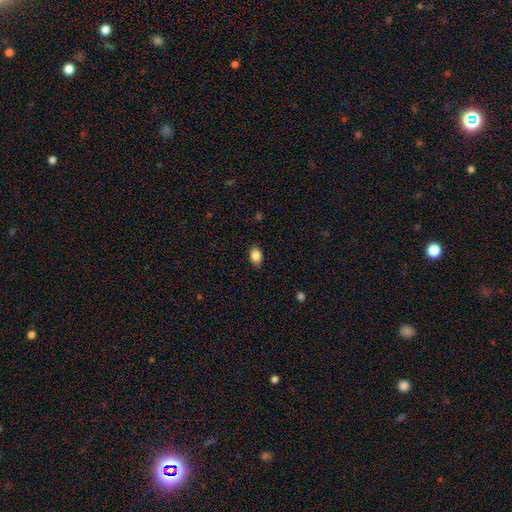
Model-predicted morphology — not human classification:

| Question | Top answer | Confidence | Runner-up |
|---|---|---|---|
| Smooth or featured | smooth | 86% | star or artifact (9%) |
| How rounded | in between | 76% | round (23%) |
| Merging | none | 87% | minor disturbance (10%) |